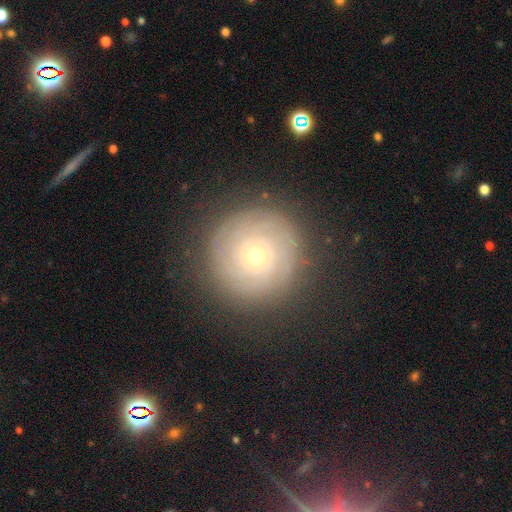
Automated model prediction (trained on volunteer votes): This is likely a featured or disk galaxy (66%). It is clearly not viewed edge-on (97%). Bar: clearly no (87%). Spiral arm pattern: clearly yes (84%). Spiral arm count: possibly can't tell (47%). Spiral winding: clearly tight (84%). Central bulge: likely small (68%). Merging: clearly none (84%).